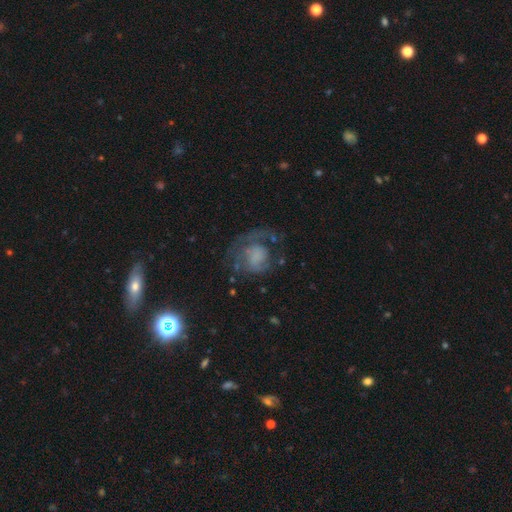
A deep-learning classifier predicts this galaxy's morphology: This appears to be a featured or disk galaxy (61%) with no bar (79%), spiral arms (74%) and no central bulge (44%). Merging: none (43%).